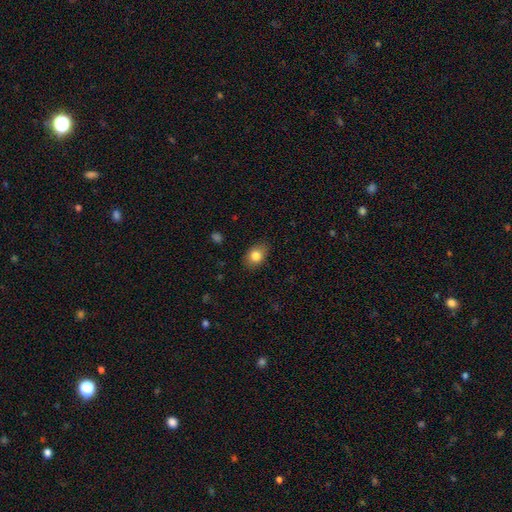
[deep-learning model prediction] Smooth or featured?
  - smooth: 82% *
  - featured or disk: 9%
  - star or artifact: 9%
How rounded?
  - in between: 71% *
  - round: 28%
  - cigar-shaped: 1%
Merging?
  - none: 84% *
  - minor disturbance: 12%
  - major disturbance: 3%
  - merger: 1%